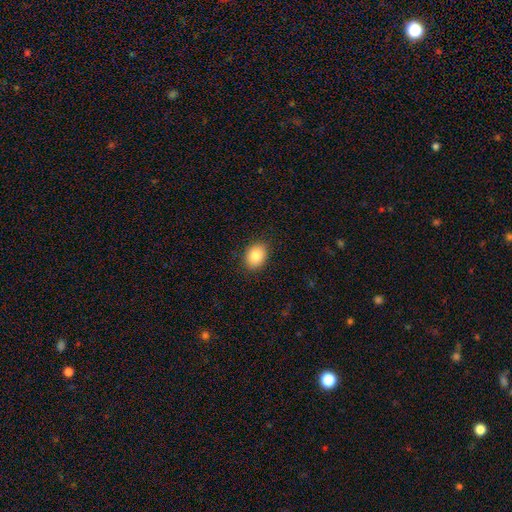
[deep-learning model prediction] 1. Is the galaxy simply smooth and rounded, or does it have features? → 85% smooth, 8% star or artifact, 7% featured or disk.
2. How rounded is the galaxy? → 65% in between, 34% round, 1% cigar-shaped.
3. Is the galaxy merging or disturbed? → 88% none, 9% minor disturbance, 2% major disturbance, 1% merger.